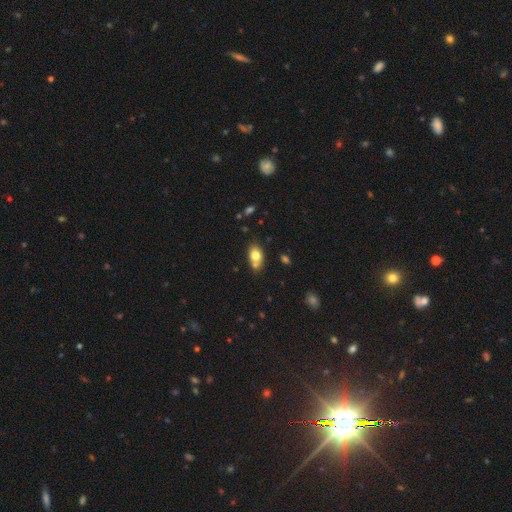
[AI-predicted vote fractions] smooth 76%, featured or disk 15%, star or artifact 9%. Down the decision tree: how rounded — in between (80%); merging — none (51%).